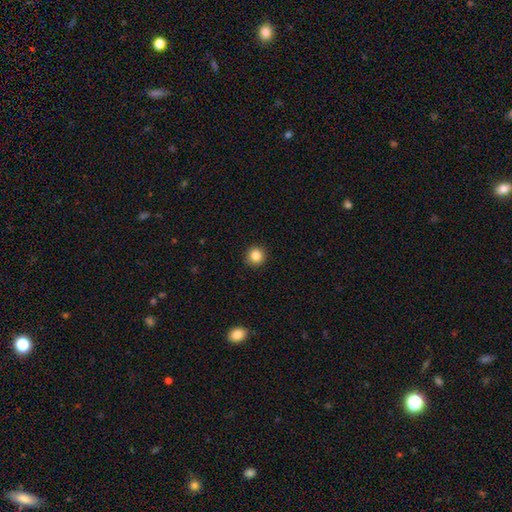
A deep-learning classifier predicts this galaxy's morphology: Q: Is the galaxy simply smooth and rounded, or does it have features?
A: smooth — 85%.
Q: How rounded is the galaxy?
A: round — 94%.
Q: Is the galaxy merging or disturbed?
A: none — 91%.